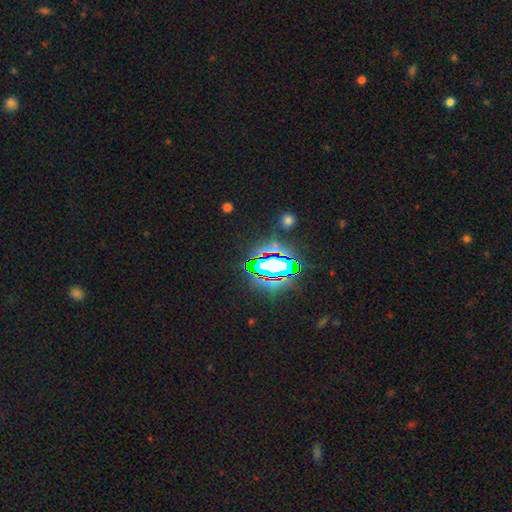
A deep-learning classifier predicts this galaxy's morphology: Q: Smooth or featured?
A: star or artifact (77%); runner-up: smooth (14%)